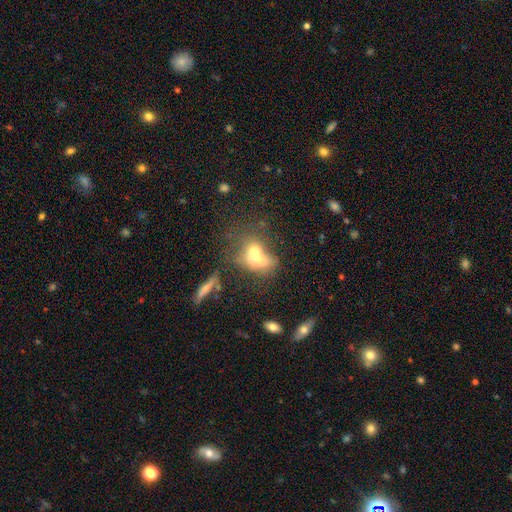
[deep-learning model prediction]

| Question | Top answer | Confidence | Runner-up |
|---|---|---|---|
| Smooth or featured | smooth | 58% | featured or disk (28%) |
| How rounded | in between | 61% | round (36%) |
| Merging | merger | 60% | none (19%) |